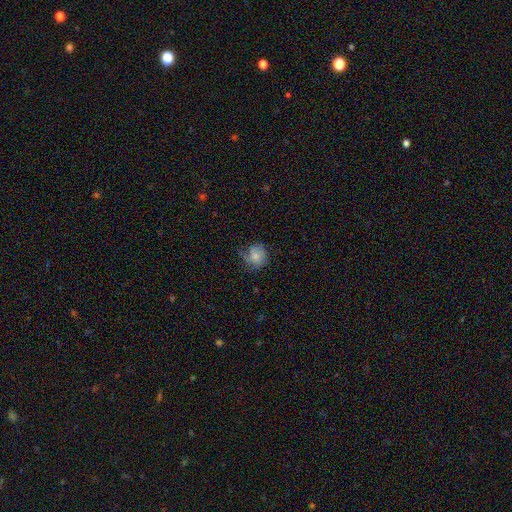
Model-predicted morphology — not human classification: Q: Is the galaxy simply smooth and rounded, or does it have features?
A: smooth — 66%.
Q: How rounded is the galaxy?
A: round — 72%.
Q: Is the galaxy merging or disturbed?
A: none — 50%.